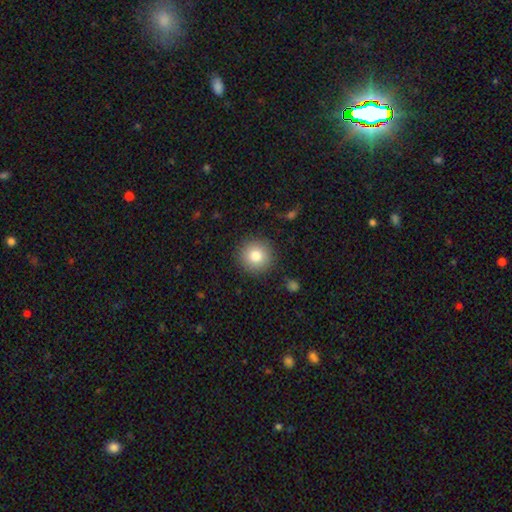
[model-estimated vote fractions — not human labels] Smooth or featured? Predicted: smooth (p=0.81). How rounded? Predicted: round (p=0.95). Merging? Predicted: none (p=0.90).